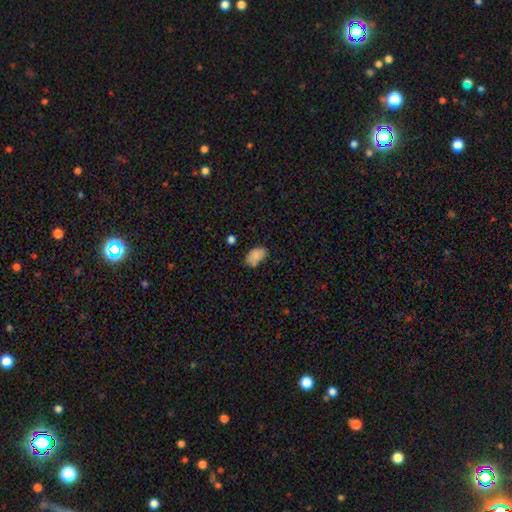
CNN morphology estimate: A smooth galaxy with no disk features (84%) that is in between round and cigar-shaped (91%). Merging: none (69%).